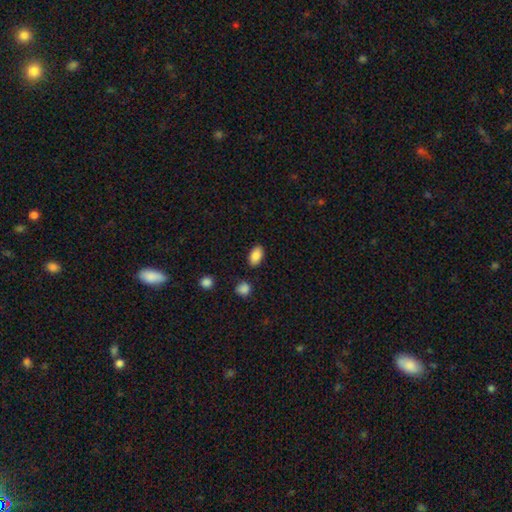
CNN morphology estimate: Smooth or featured? smooth (87%)
How rounded? in between (92%)
Merging? none (85%)